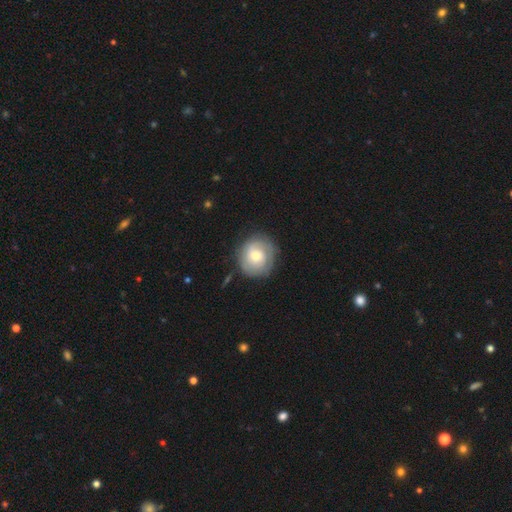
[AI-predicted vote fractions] The model was most divided on "smooth or featured": featured or disk: 50%, smooth: 43%, star or artifact: 7%. More confident: merging — none (78%).